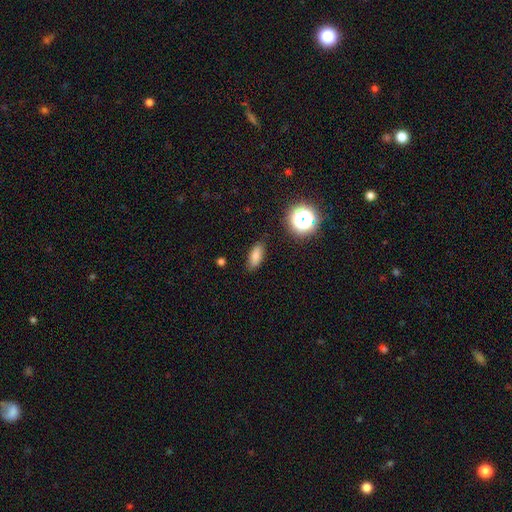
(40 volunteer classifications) This appears to be a smooth galaxy with no disk features (88%) that is in between round and cigar-shaped (71%). Merging: none (72%).